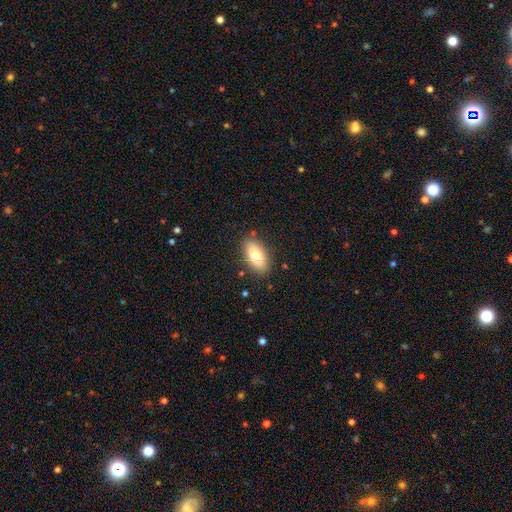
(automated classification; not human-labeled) Overall: smooth (73%). How rounded: in between (90%). Merging: none (85%).